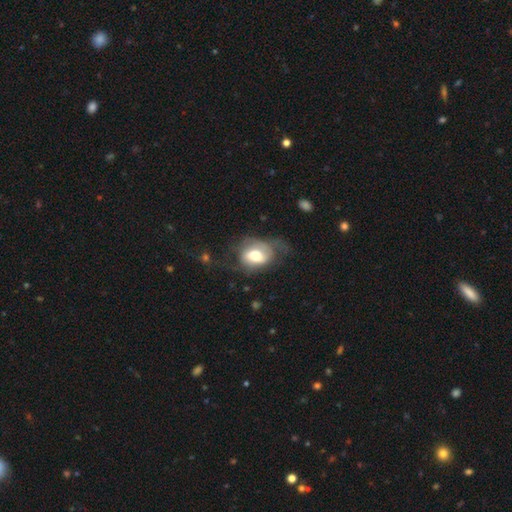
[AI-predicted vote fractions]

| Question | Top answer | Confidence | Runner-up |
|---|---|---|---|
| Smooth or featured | smooth | 56% | featured or disk (36%) |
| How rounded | in between | 69% | round (29%) |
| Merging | none | 38% | major disturbance (34%) |